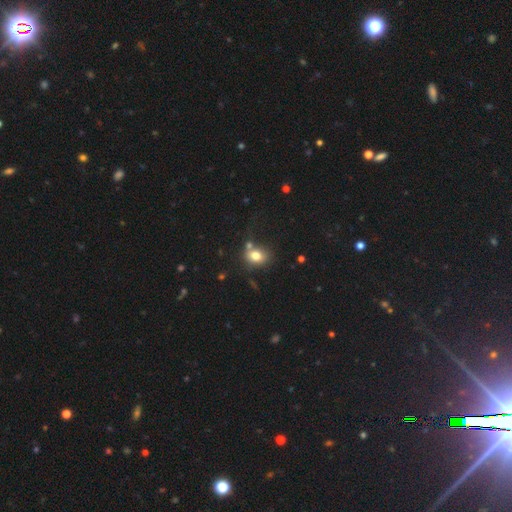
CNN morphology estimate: Smooth or featured? Predicted: smooth (p=0.78). How rounded? Predicted: in between (p=0.53). Merging? Predicted: none (p=0.57).